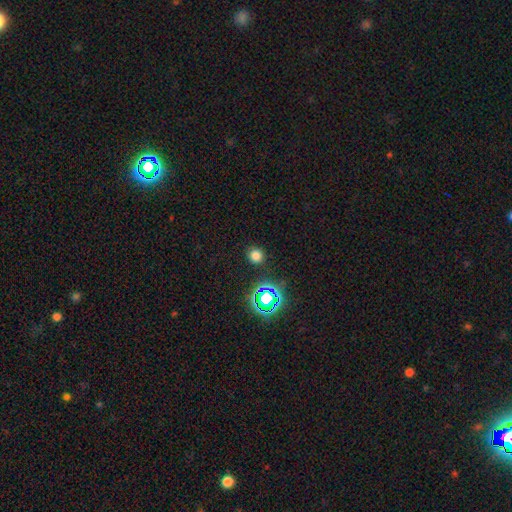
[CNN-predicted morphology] Smooth or featured? Predicted: smooth (p=0.72). How rounded? Predicted: round (p=0.90). Merging? Predicted: none (p=0.89).